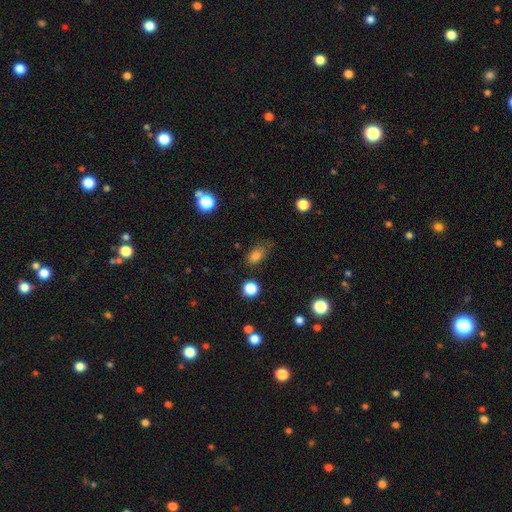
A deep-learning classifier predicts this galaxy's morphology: Overall: smooth (81%). How rounded: in between (81%). Merging: none (55%; minor disturbance 32%).